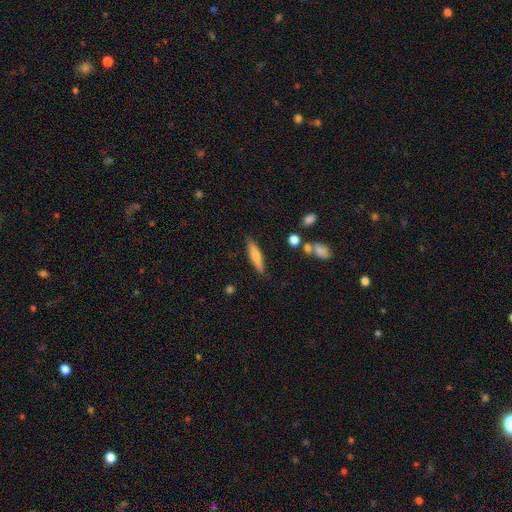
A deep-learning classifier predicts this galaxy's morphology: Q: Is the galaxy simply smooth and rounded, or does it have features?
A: smooth — 65%.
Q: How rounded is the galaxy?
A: cigar-shaped — 82%.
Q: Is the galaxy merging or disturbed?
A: none — 84%.